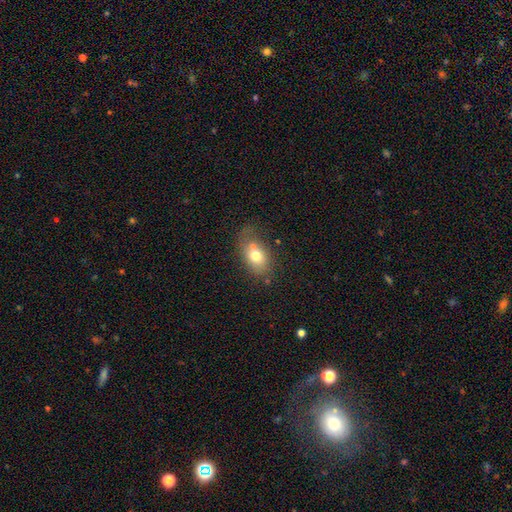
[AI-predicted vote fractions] smooth-or-featured: smooth: 69% | featured or disk: 21% | star or artifact: 10%
  how-rounded: in between: 75% | round: 23% | cigar-shaped: 2%
  merging: none: 41% | merger: 32% | minor disturbance: 18% | major disturbance: 9%